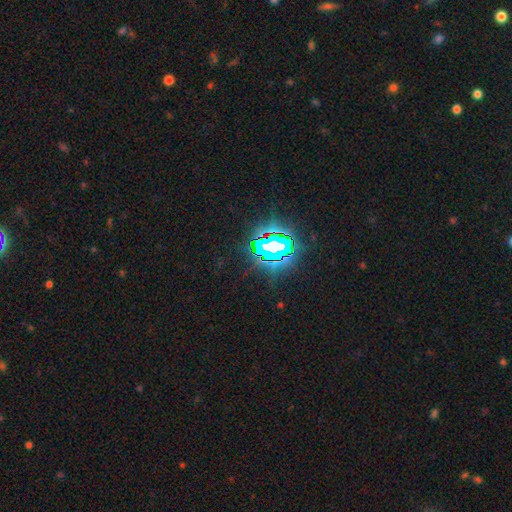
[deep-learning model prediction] A star or artifact, not a galaxy (84%).